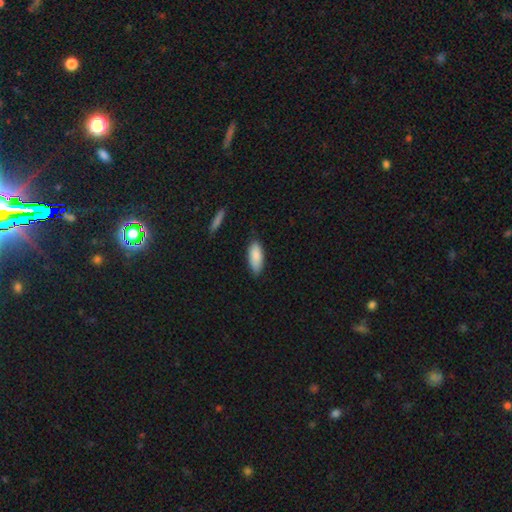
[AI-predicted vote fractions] Smooth or featured? Predicted: smooth (p=0.87). How rounded? Predicted: in between (p=0.80). Merging? Predicted: none (p=0.80).